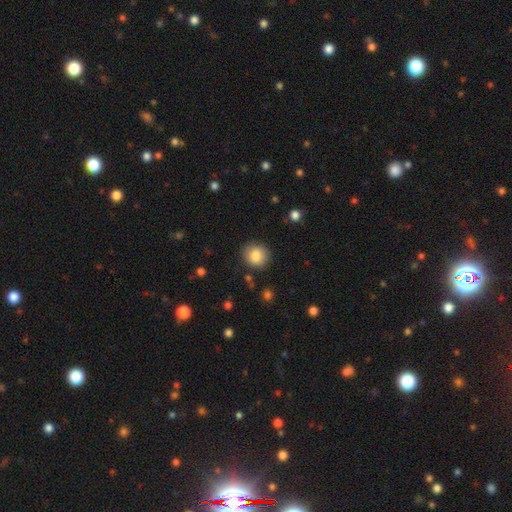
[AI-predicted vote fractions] Smooth or featured: smooth — 84% (star or artifact — 9%)
How rounded: round — 86% (in between — 14%)
Merging: none — 86% (minor disturbance — 9%)